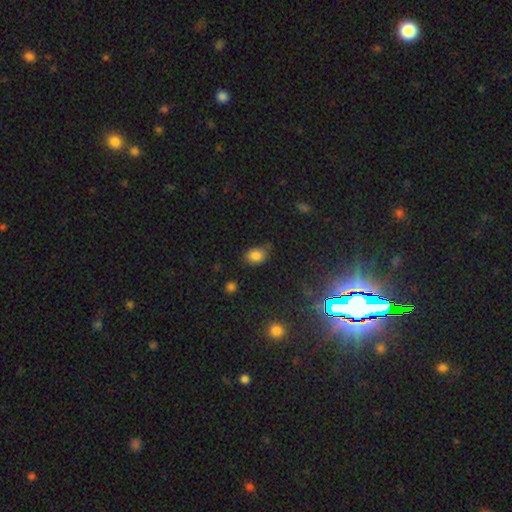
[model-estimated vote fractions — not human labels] smooth 81%, star or artifact 12%, featured or disk 7%. Down the decision tree: how rounded — in between (70%); merging — none (68%).